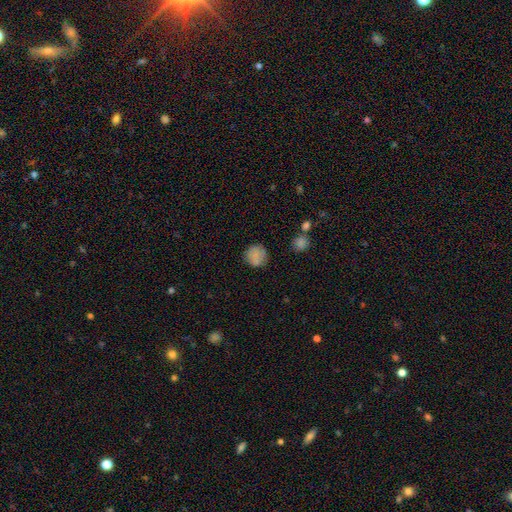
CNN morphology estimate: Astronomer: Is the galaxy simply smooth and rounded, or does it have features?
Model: smooth — 77%.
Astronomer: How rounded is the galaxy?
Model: round — 88%.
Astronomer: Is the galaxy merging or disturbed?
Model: none — 69%.